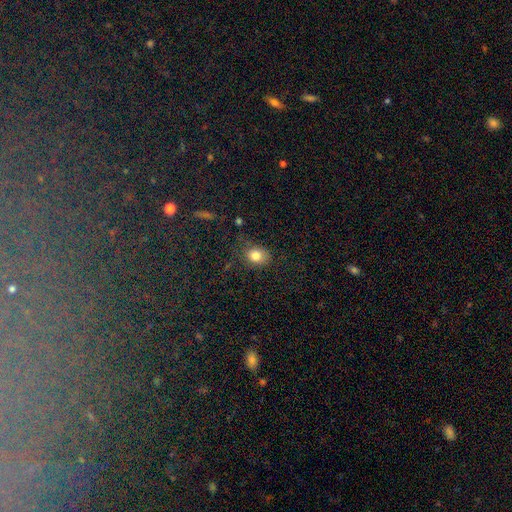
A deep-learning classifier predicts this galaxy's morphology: The model was most divided on "how rounded": round: 53%, in between: 46%, cigar-shaped: 1%. More confident: smooth or featured — smooth (81%); merging — none (73%).